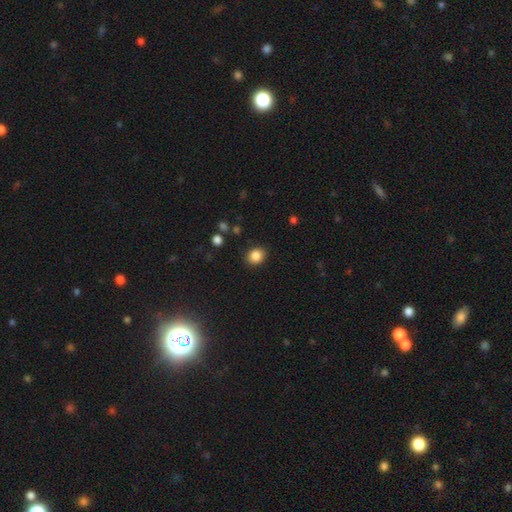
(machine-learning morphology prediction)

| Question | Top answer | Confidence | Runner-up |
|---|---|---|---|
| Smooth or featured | smooth | 86% | star or artifact (10%) |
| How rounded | round | 68% | in between (31%) |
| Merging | none | 88% | minor disturbance (8%) |